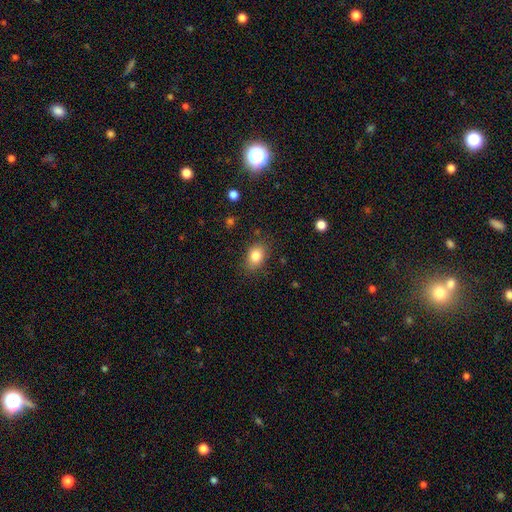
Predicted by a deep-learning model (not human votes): A smooth galaxy with no disk features (82%) that is in between round and cigar-shaped (76%).

Vote fractions:
- Smooth or featured? smooth: 82% / star or artifact: 9% / featured or disk: 9%
- How rounded? in between: 76% / round: 22% / cigar-shaped: 1%
- Merging? none: 81% / minor disturbance: 14% / major disturbance: 4% / merger: 1%